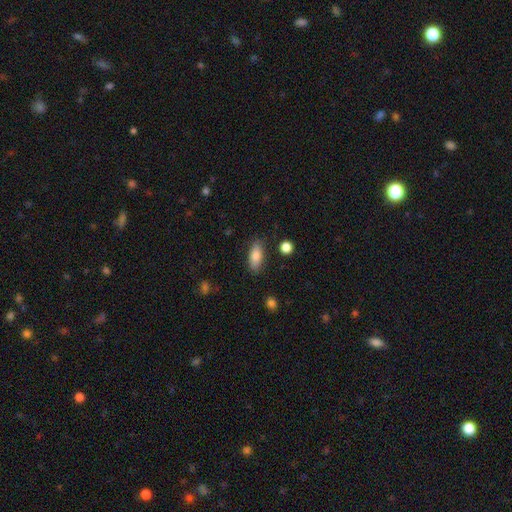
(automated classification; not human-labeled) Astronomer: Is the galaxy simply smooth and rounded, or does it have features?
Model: smooth — 82%.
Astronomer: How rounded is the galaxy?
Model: in between — 80%.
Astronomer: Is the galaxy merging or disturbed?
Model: none — 84%.